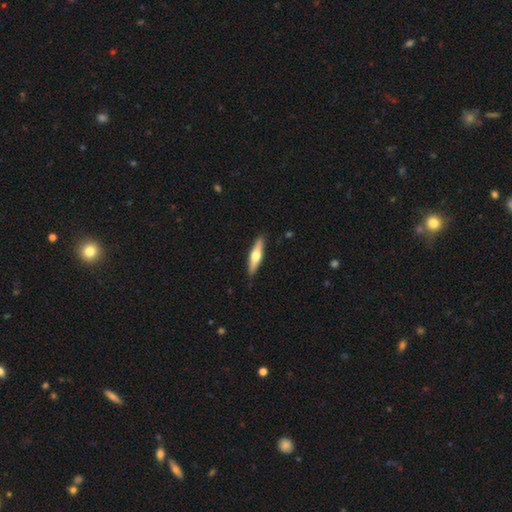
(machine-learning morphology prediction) Smooth or featured? featured or disk (51%)
Edge-on disk? yes (94%)
Merging? none (90%)